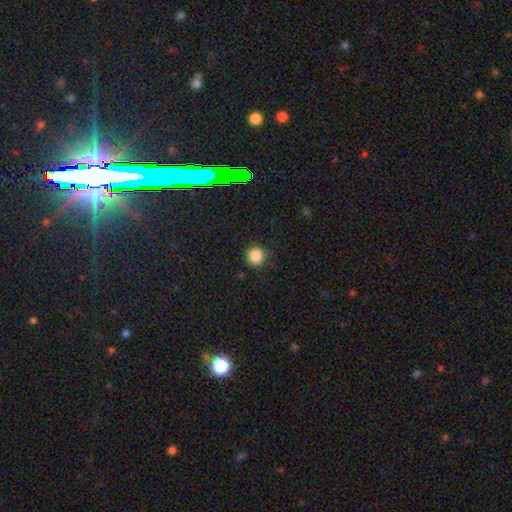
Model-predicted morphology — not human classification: Smooth or featured: smooth — 85% (star or artifact — 12%)
How rounded: round — 93% (in between — 6%)
Merging: none — 89% (minor disturbance — 8%)